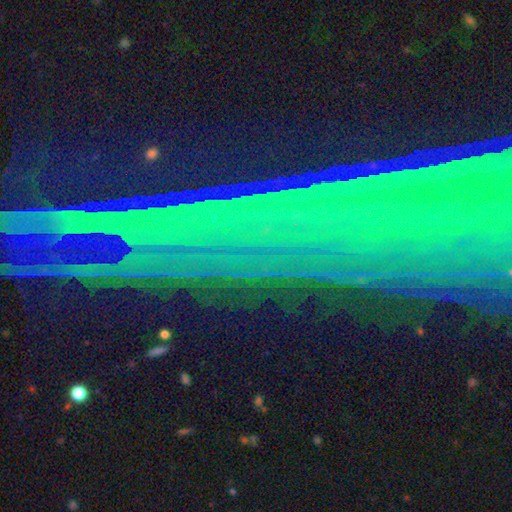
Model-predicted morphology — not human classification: Overall: star or artifact (84%).